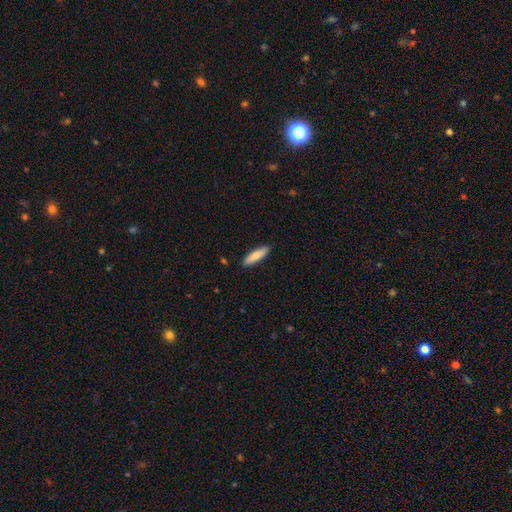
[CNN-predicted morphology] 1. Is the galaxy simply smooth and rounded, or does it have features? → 81% smooth, 14% featured or disk, 5% star or artifact.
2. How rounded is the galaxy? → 68% cigar-shaped, 31% in between, 2% round.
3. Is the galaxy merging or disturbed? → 89% none, 8% minor disturbance, 2% major disturbance, 1% merger.